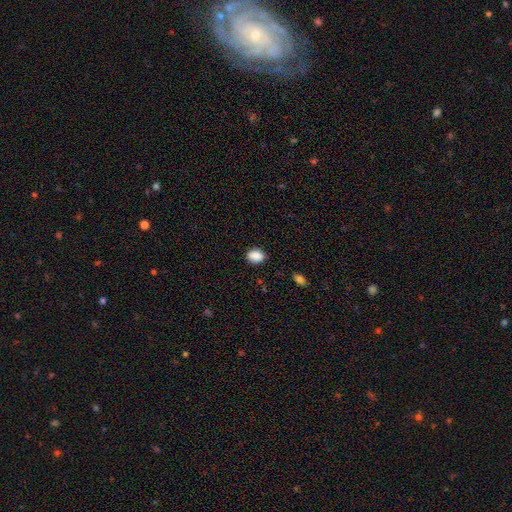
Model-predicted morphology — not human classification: Smooth or featured? smooth (89%)
How rounded? in between (62%)
Merging? none (86%)